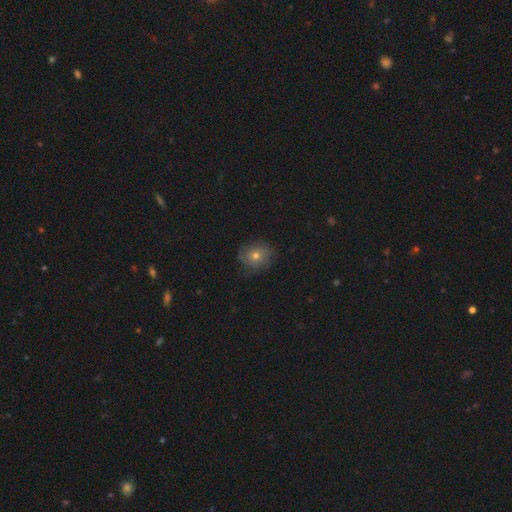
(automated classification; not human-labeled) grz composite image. It shows a smooth galaxy with no disk features (49%). Merging: none (75%).